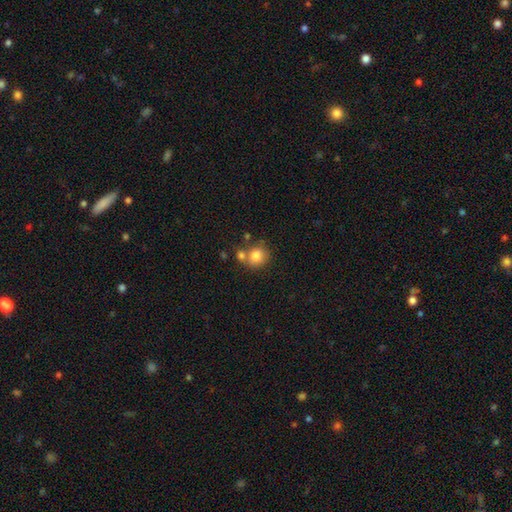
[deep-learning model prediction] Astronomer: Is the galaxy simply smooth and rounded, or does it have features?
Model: smooth — 81%.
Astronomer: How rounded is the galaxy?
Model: round — 83%.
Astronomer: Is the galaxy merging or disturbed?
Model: none — 54% (runner-up: merger, 30%).